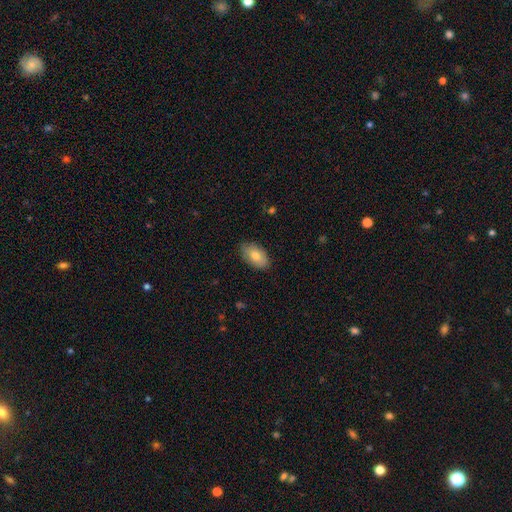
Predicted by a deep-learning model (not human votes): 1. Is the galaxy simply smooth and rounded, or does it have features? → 76% smooth, 18% featured or disk, 7% star or artifact.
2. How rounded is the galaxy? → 93% in between, 5% round, 2% cigar-shaped.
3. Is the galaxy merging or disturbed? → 85% none, 12% minor disturbance, 2% major disturbance, 1% merger.